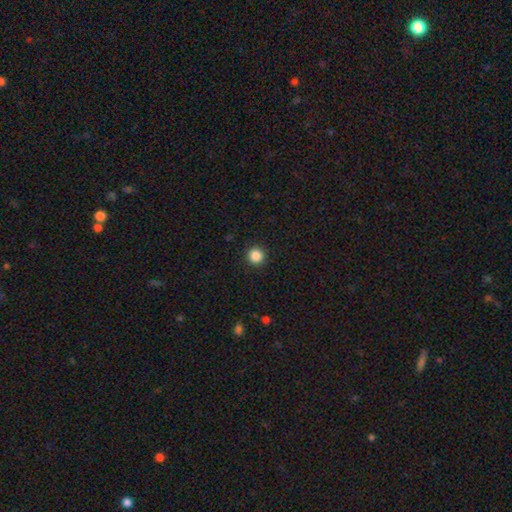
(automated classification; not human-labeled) The model was most divided on "smooth or featured": smooth: 87%, star or artifact: 10%, featured or disk: 3%. More confident: how rounded — round (95%); merging — none (93%).